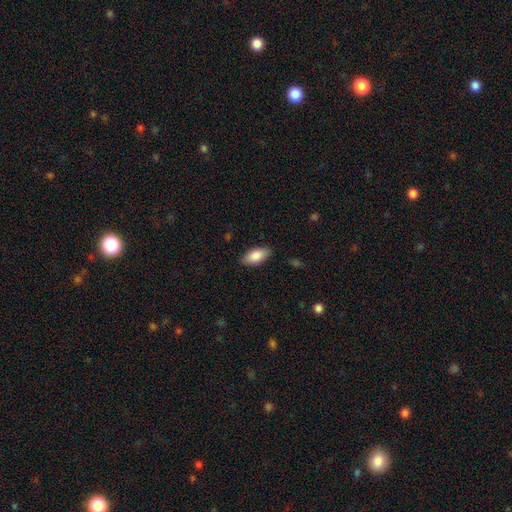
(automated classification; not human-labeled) Smooth or featured?
  - smooth: 85% *
  - featured or disk: 8%
  - star or artifact: 6%
How rounded?
  - in between: 92% *
  - cigar-shaped: 6%
  - round: 3%
Merging?
  - none: 86% *
  - minor disturbance: 11%
  - major disturbance: 2%
  - merger: 1%